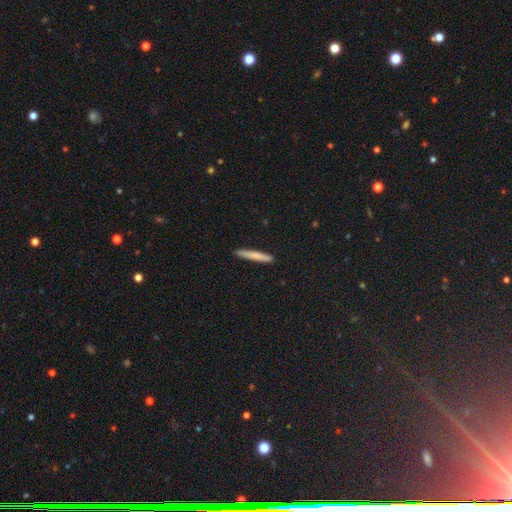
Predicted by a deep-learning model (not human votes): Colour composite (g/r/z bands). It shows a smooth galaxy with no disk features (75%) that is cigar-shaped (96%). Merging: none (91%).